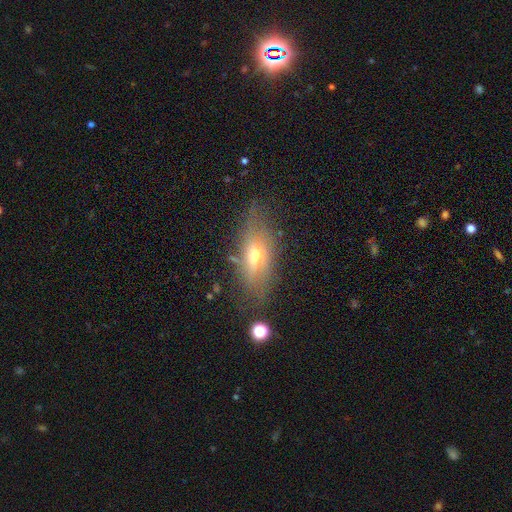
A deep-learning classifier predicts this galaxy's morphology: This is possibly a smooth galaxy (51%). How rounded: likely in between (74%). Merging: likely none (63%).